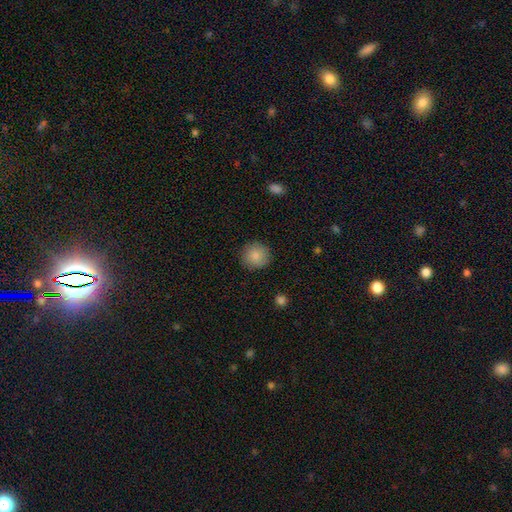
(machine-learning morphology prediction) Smooth or featured? smooth (87%)
How rounded? round (93%)
Merging? none (89%)